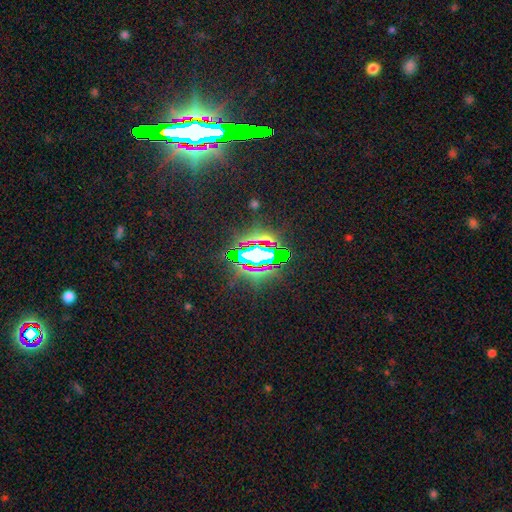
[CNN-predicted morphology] A star or artifact, not a galaxy (71%).